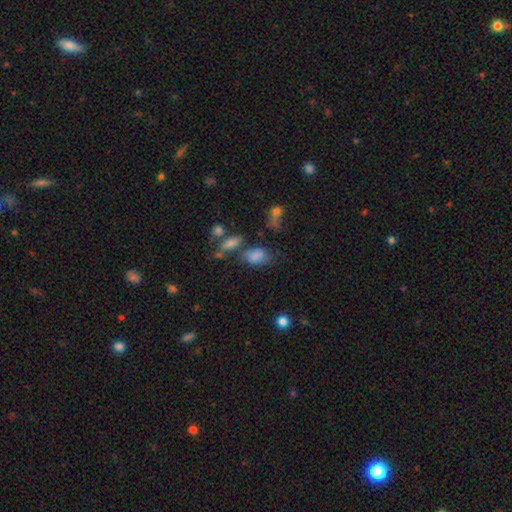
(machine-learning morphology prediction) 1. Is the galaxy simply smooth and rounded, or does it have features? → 77% smooth, 12% star or artifact, 11% featured or disk.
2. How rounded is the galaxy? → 85% in between, 13% round, 3% cigar-shaped.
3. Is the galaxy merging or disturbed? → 45% none, 21% minor disturbance, 21% merger, 12% major disturbance.